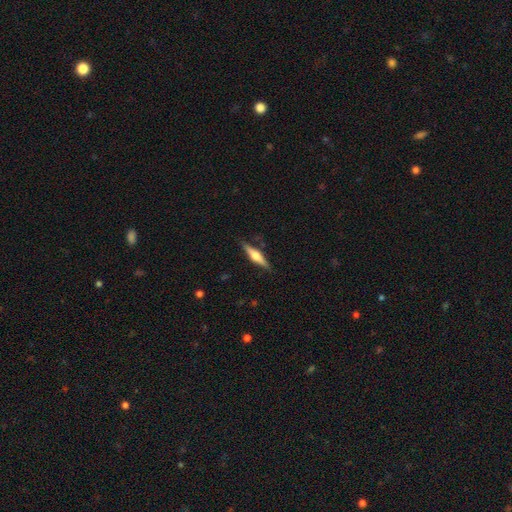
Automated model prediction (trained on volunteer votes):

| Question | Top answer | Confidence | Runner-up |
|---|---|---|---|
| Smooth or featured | featured or disk | 60% | smooth (34%) |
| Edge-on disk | yes | 96% | no (4%) |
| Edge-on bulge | rounded | 90% | boxy (7%) |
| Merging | none | 86% | minor disturbance (10%) |